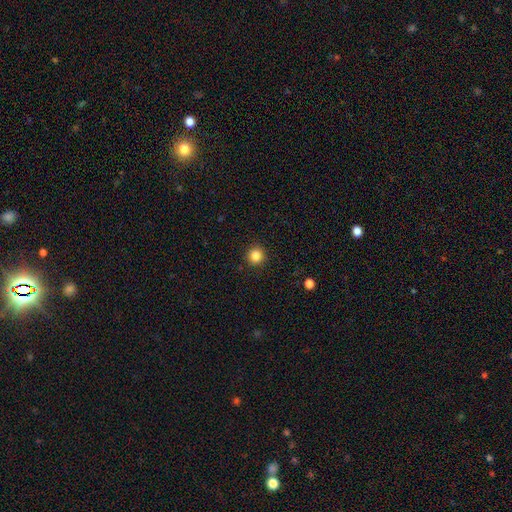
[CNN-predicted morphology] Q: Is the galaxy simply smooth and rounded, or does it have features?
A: smooth — 85%.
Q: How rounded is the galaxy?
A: round — 94%.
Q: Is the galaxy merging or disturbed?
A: none — 92%.